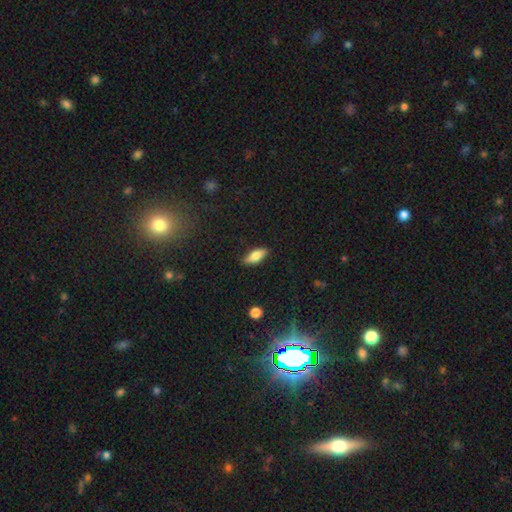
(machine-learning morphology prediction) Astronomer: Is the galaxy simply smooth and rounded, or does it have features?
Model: smooth — 73%.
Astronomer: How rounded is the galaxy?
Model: in between — 68%.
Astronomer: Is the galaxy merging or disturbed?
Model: none — 85%.